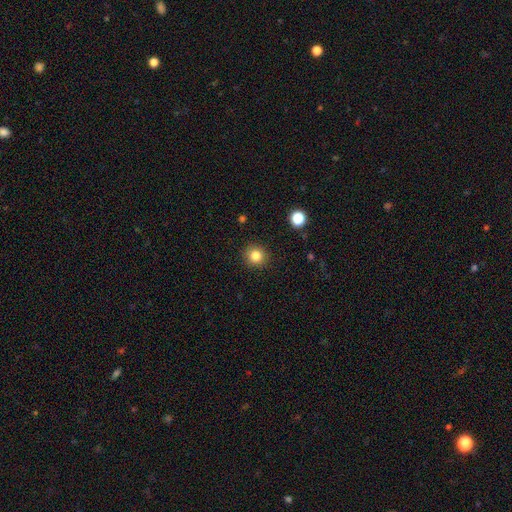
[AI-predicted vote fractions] Smooth or featured? smooth (83%)
How rounded? round (91%)
Merging? none (91%)